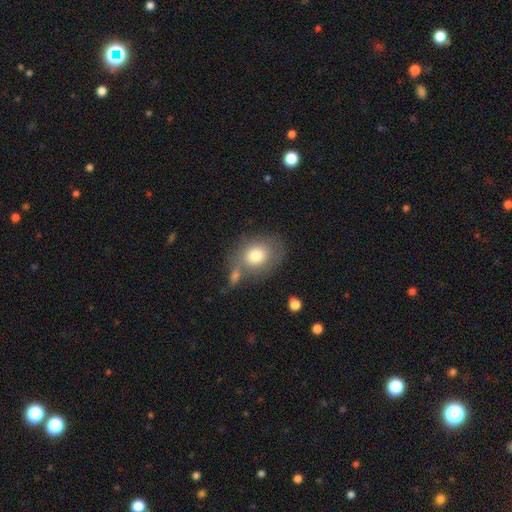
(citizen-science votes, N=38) Q: Smooth or featured?
A: smooth (87%); runner-up: star or artifact (8%)
Q: How rounded?
A: in between (64%); runner-up: round (36%)
Q: Merging?
A: none (66%); runner-up: minor disturbance (14%)